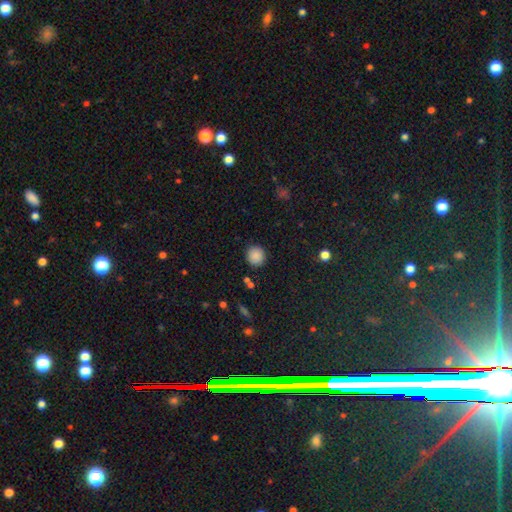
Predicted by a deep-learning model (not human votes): Smooth or featured? Predicted: smooth (p=0.87). How rounded? Predicted: round (p=0.90). Merging? Predicted: none (p=0.89).